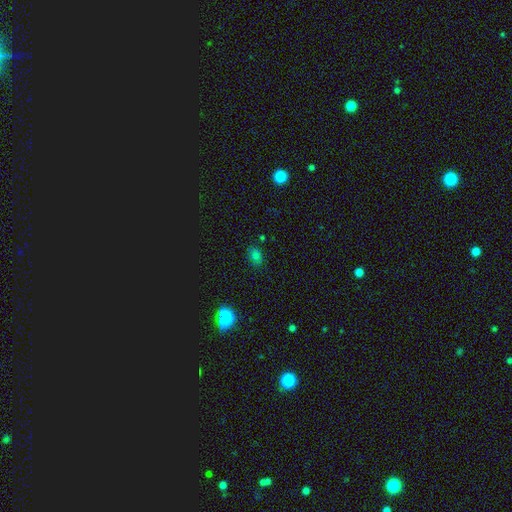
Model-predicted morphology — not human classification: Smooth or featured? Predicted: smooth (p=0.72). How rounded? Predicted: in between (p=0.70). Merging? Predicted: none (p=0.80).